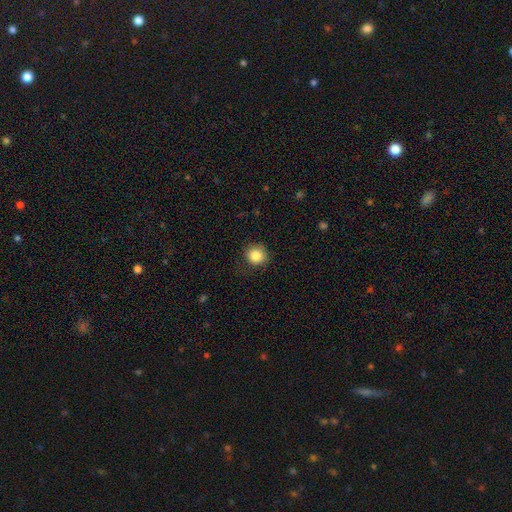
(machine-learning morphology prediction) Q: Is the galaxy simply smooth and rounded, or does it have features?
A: smooth — 86%.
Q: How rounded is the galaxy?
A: round — 88%.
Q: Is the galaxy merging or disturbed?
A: none — 81%.